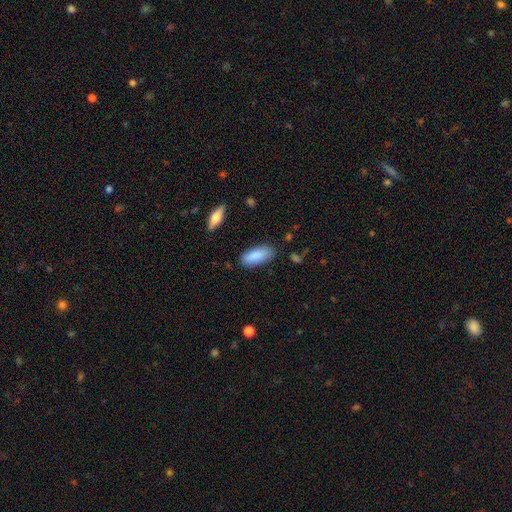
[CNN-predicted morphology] This appears to be a smooth galaxy with no disk features (87%) that is in between round and cigar-shaped (81%). Merging: none (81%).